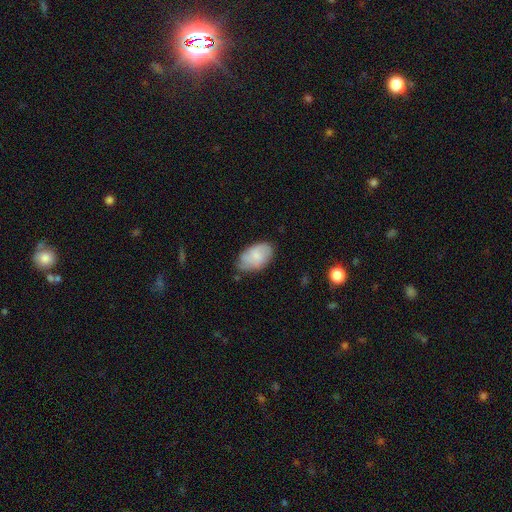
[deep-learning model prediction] Overall: smooth (69%). How rounded: in between (93%). Merging: none (63%; minor disturbance 29%).